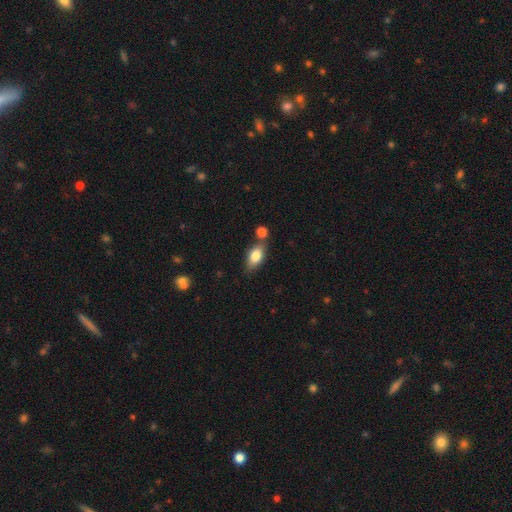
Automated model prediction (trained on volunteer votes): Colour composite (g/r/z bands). It shows a smooth galaxy with no disk features (80%) that is in between round and cigar-shaped (85%). Merging: none (64%).